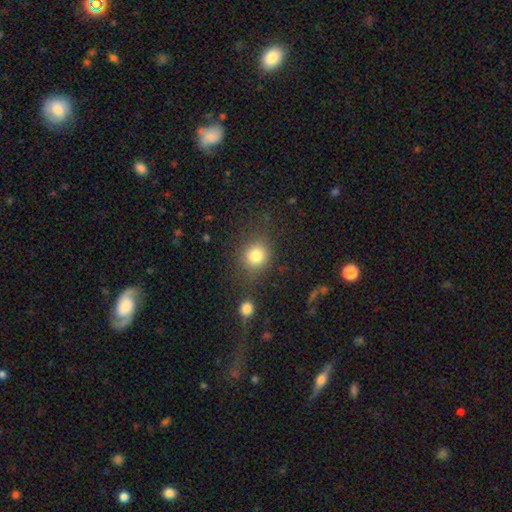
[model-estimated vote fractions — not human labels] Smooth or featured? smooth (81%)
How rounded? round (81%)
Merging? none (76%)